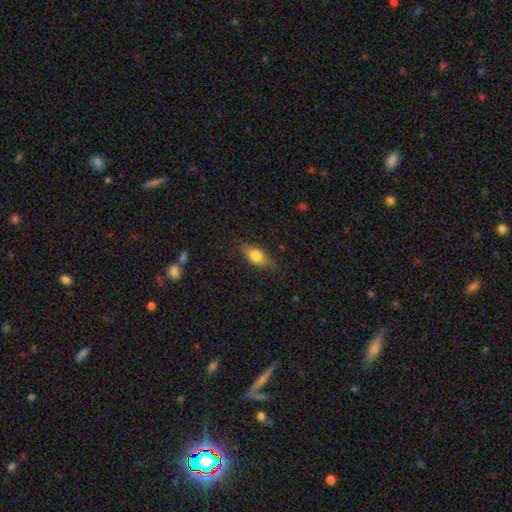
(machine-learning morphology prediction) Smooth or featured: smooth — 75% (featured or disk — 17%)
How rounded: in between — 82% (cigar-shaped — 10%)
Merging: none — 75% (minor disturbance — 20%)